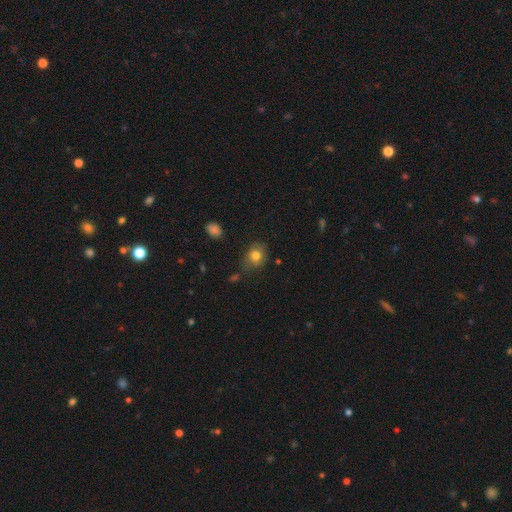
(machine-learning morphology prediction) A smooth galaxy with no disk features (78%) that is in between round and cigar-shaped (50%).

Vote fractions:
- Smooth or featured? smooth: 78% / star or artifact: 11% / featured or disk: 11%
- How rounded? in between: 50% / round: 49% / cigar-shaped: 1%
- Merging? none: 70% / minor disturbance: 21% / major disturbance: 5% / merger: 4%